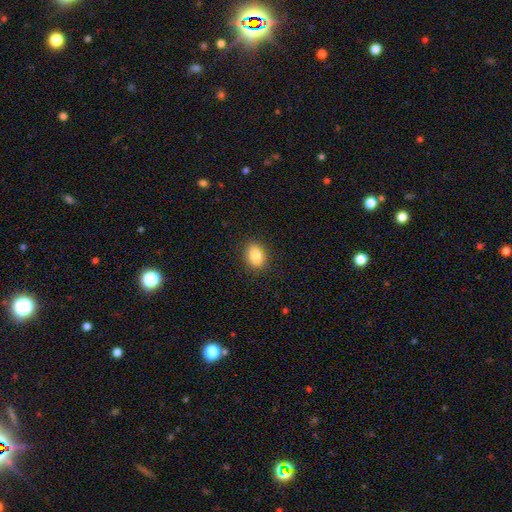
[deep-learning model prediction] Overall: smooth (85%). How rounded: in between (68%; round 31%). Merging: none (88%).